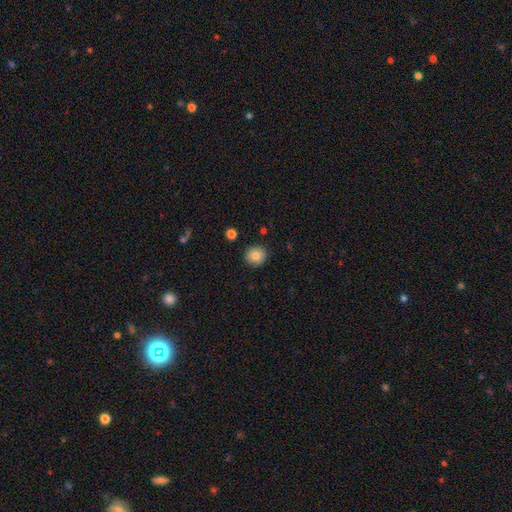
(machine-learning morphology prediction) Overall: smooth (85%). How rounded: round (90%). Merging: none (90%).